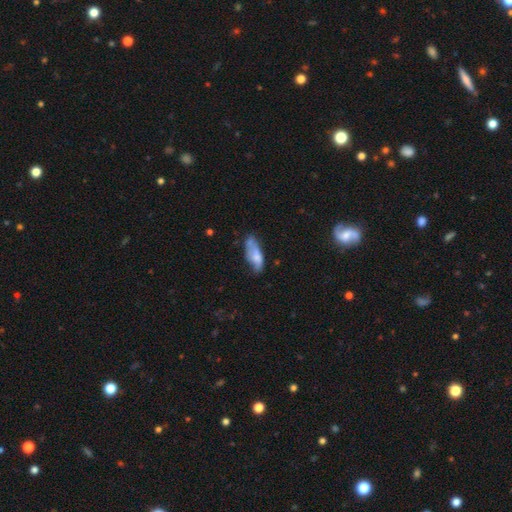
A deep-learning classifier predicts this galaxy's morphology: This appears to be a smooth galaxy with no disk features (63%) that is in between round and cigar-shaped (70%). Merging: none (43%).